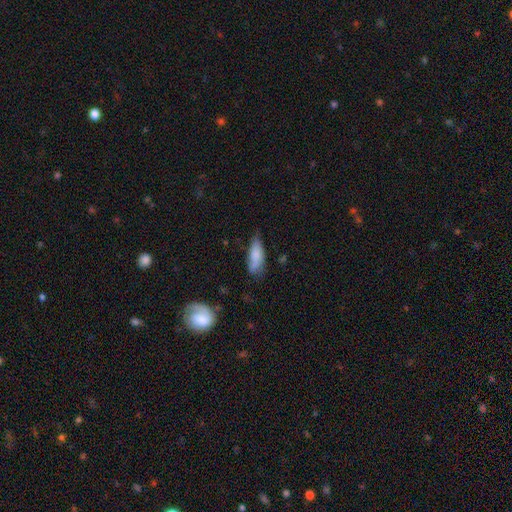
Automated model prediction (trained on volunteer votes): Smooth or featured? smooth (80%)
How rounded? in between (68%)
Merging? none (53%)